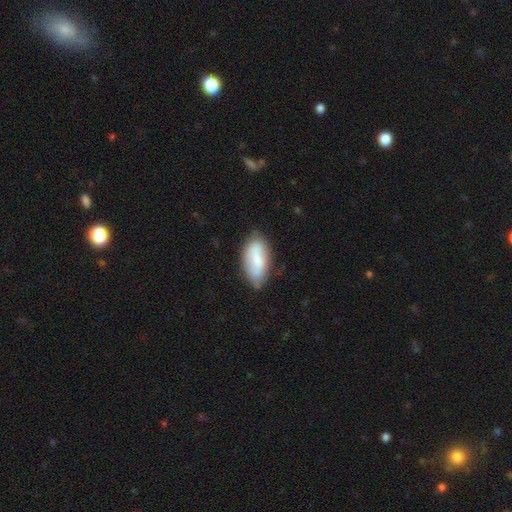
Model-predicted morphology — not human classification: Smooth or featured? Predicted: smooth (p=0.69). How rounded? Predicted: in between (p=0.87). Merging? Predicted: none (p=0.72).